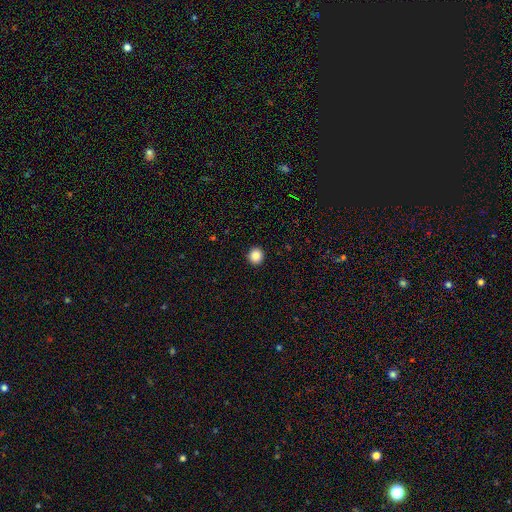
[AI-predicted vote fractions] This is clearly a smooth galaxy (88%). How rounded: clearly round (91%). Merging: clearly none (93%).